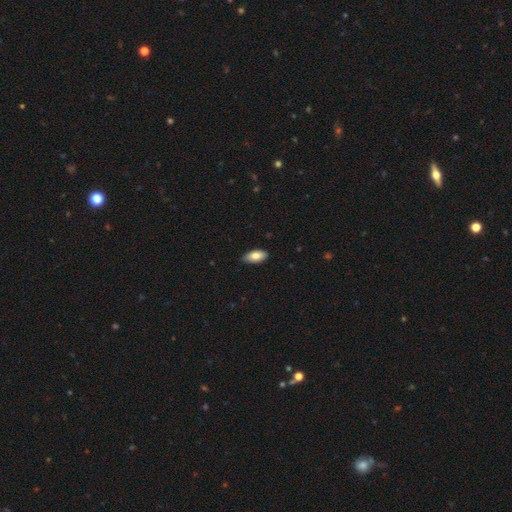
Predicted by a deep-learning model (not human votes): Smooth or featured? smooth (81%)
How rounded? in between (92%)
Merging? none (87%)